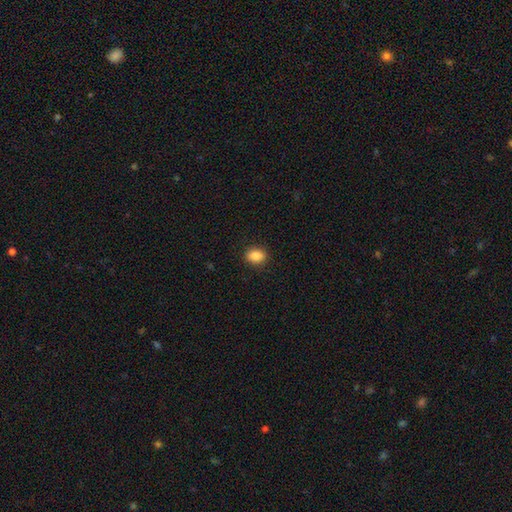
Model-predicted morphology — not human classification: smooth-or-featured: smooth: 88% | star or artifact: 9% | featured or disk: 4%
  how-rounded: in between: 69% | round: 29% | cigar-shaped: 1%
  merging: none: 89% | minor disturbance: 8% | major disturbance: 2% | merger: 1%